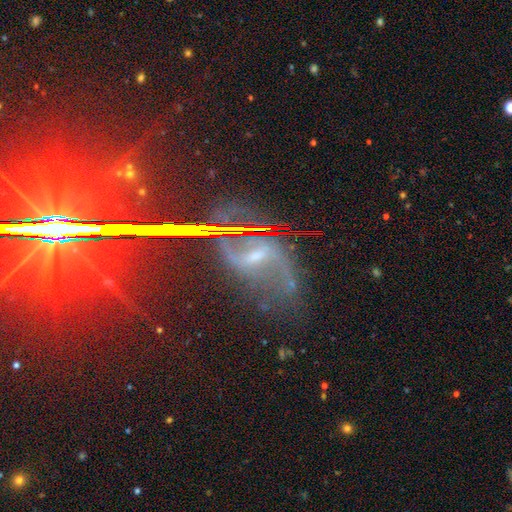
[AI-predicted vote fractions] Smooth or featured? Predicted: featured or disk (p=0.66). Edge-on disk? Predicted: no (p=0.90). Bar? Predicted: weak (p=0.39). Spiral arms? Predicted: yes (p=0.84). Bulge size? Predicted: small (p=0.65). Merging? Predicted: none (p=0.45).